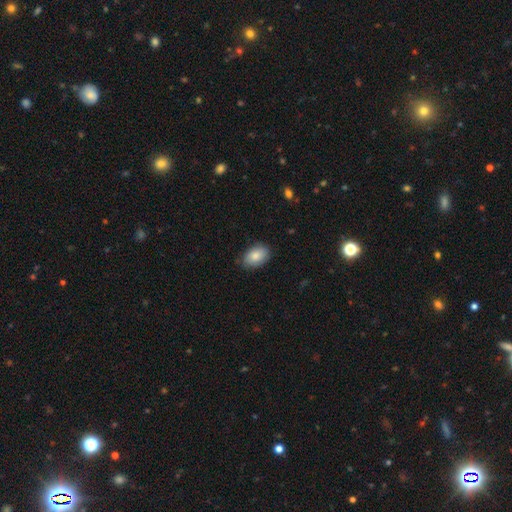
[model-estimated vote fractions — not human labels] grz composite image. It shows a smooth galaxy with no disk features (85%) that is in between round and cigar-shaped (90%). Merging: none (80%).